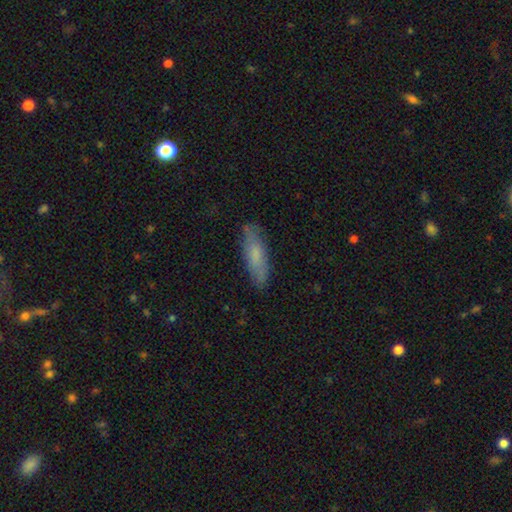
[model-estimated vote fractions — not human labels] Smooth or featured?
  - smooth: 70% *
  - featured or disk: 24%
  - star or artifact: 6%
How rounded?
  - cigar-shaped: 59% *
  - in between: 40%
  - round: 2%
Merging?
  - none: 81% *
  - minor disturbance: 14%
  - major disturbance: 3%
  - merger: 1%